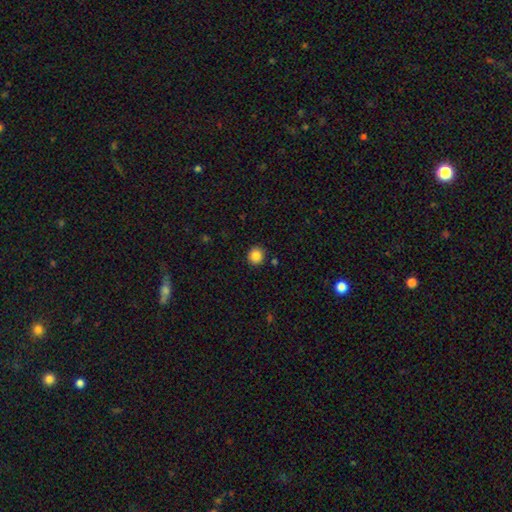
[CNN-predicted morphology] This appears to be a smooth galaxy with no disk features (86%) that is round (89%). Merging: none (89%).